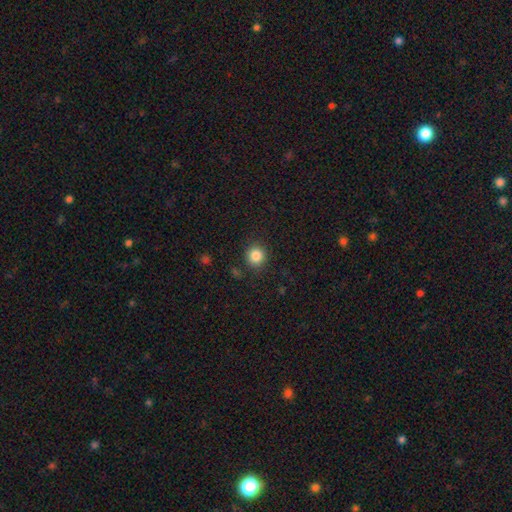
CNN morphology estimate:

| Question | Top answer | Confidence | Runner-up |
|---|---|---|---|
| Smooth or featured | smooth | 85% | star or artifact (11%) |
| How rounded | round | 90% | in between (9%) |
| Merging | none | 87% | minor disturbance (8%) |